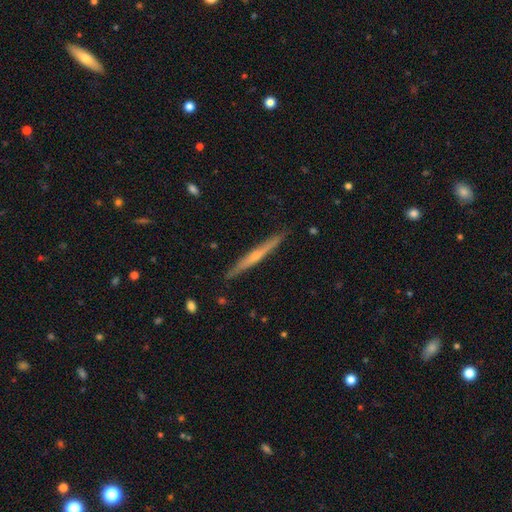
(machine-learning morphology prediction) The model was most divided on "edge-on bulge": rounded: 58%, none: 37%, boxy: 5%. More confident: edge-on disk — yes (98%); merging — none (90%); smooth or featured — featured or disk (67%).